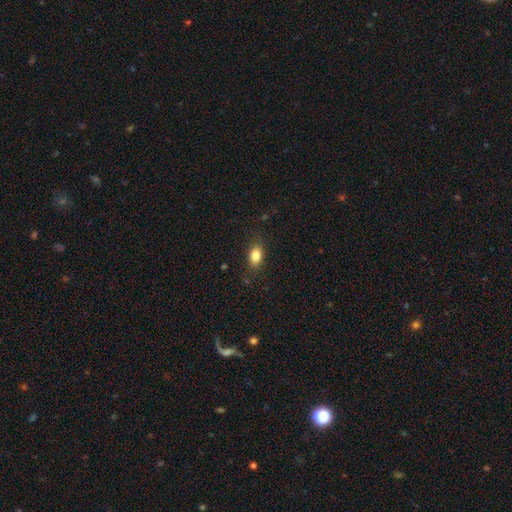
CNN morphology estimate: Smooth or featured?
  - smooth: 83% *
  - star or artifact: 9%
  - featured or disk: 8%
How rounded?
  - in between: 85% *
  - round: 12%
  - cigar-shaped: 3%
Merging?
  - none: 83% *
  - minor disturbance: 13%
  - major disturbance: 3%
  - merger: 1%